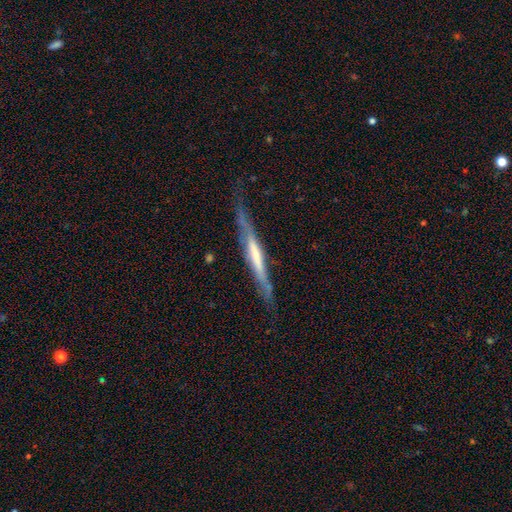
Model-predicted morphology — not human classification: Q: Smooth or featured?
A: featured or disk (62%); runner-up: smooth (32%)
Q: Edge-on disk?
A: yes (88%); runner-up: no (12%)
Q: Edge-on bulge?
A: none (60%); runner-up: boxy (23%)
Q: Merging?
A: none (65%); runner-up: minor disturbance (24%)